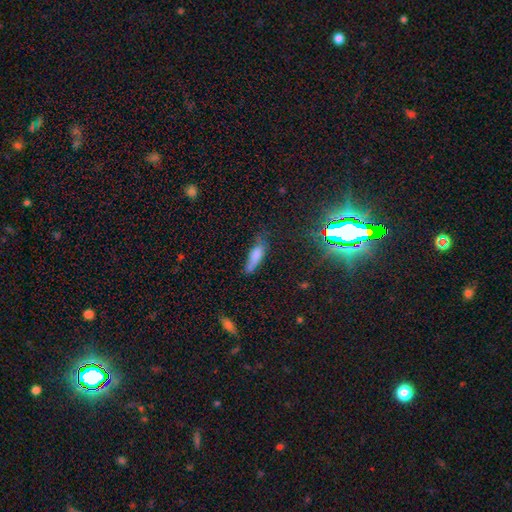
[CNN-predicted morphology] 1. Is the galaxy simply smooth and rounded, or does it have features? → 76% smooth, 13% featured or disk, 11% star or artifact.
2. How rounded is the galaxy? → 52% cigar-shaped, 45% in between, 3% round.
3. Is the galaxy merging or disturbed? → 48% none, 34% minor disturbance, 13% major disturbance, 4% merger.